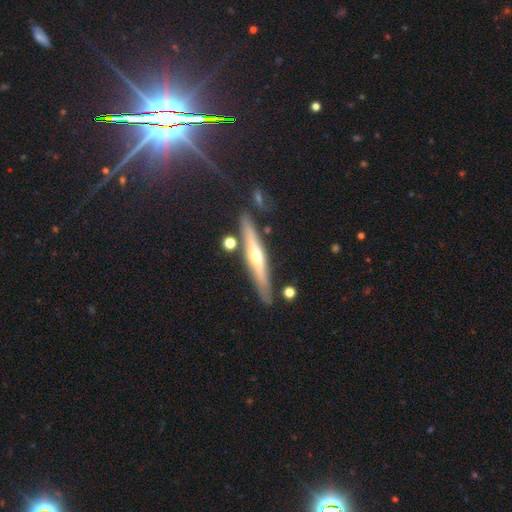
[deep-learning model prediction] A featured or disk galaxy (67%) viewed edge-on (95%) with a rounded central bulge (87%). Merging: none (84%).